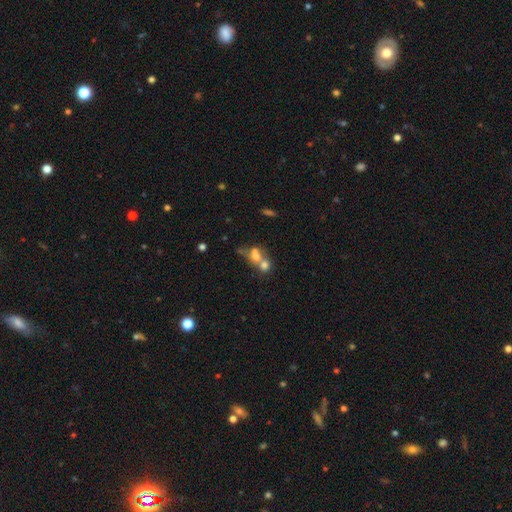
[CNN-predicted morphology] Smooth or featured? Predicted: smooth (p=0.63). How rounded? Predicted: round (p=0.52). Merging? Predicted: merger (p=0.66).